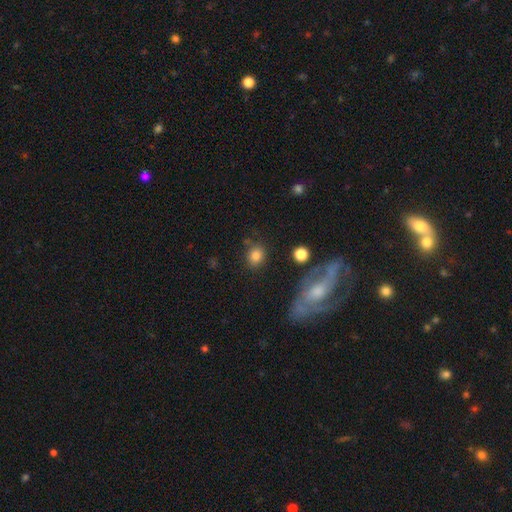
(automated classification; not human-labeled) A smooth galaxy with no disk features (81%) that is round (69%).

Vote fractions:
- Smooth or featured? smooth: 81% / star or artifact: 11% / featured or disk: 8%
- How rounded? round: 69% / in between: 29% / cigar-shaped: 1%
- Merging? none: 79% / minor disturbance: 12% / merger: 5% / major disturbance: 4%